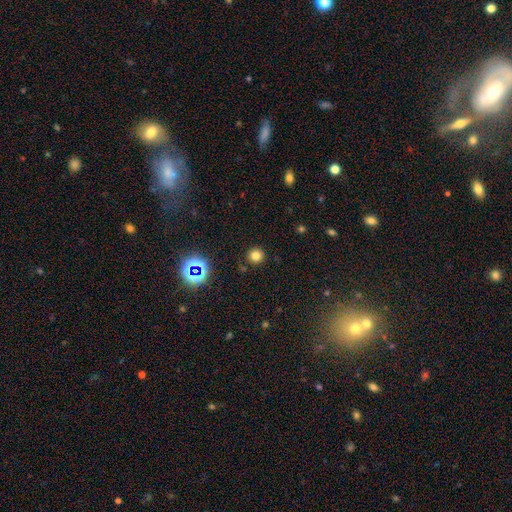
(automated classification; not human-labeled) Overall: smooth (76%). How rounded: round (93%). Merging: none (90%).